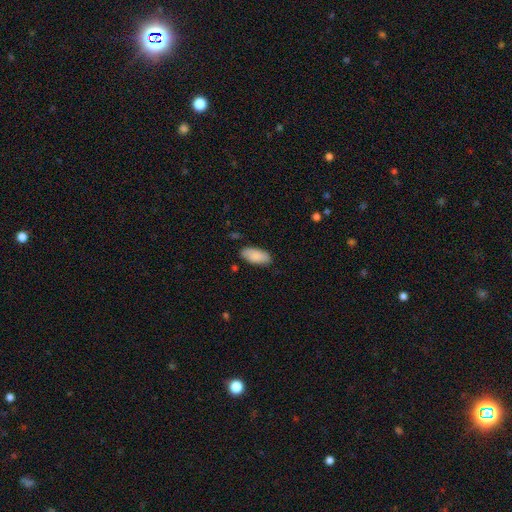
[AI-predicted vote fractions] Smooth or featured? smooth (87%)
How rounded? in between (90%)
Merging? none (82%)